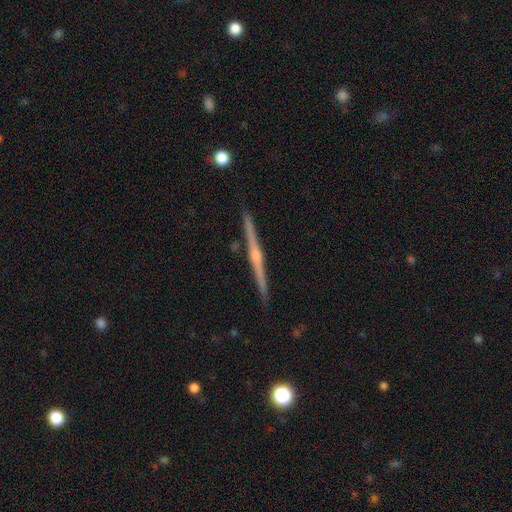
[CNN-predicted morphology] smooth-or-featured: featured or disk: 82% | smooth: 13% | star or artifact: 5%
  disk-edge-on: yes: 99% | no: 1%
    edge-on-bulge: rounded: 82% | none: 12% | boxy: 6%
  merging: none: 91% | minor disturbance: 6% | merger: 2% | major disturbance: 1%